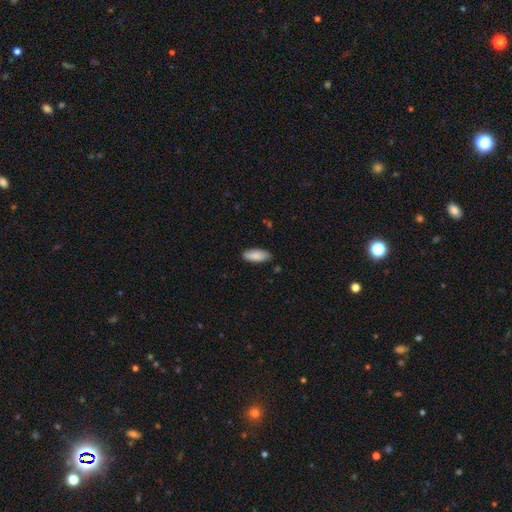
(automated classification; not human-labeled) This is clearly a smooth galaxy (86%). How rounded: likely in between (79%). Merging: clearly none (83%).